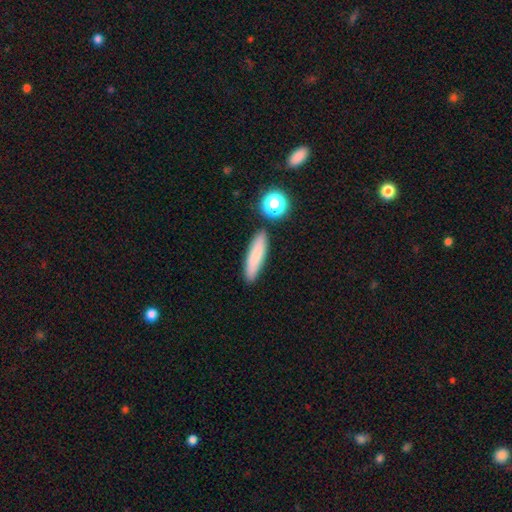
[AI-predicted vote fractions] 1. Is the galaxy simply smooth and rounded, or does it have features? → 80% smooth, 12% featured or disk, 9% star or artifact.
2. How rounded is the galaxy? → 75% cigar-shaped, 22% in between, 3% round.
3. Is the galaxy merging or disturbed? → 84% none, 9% minor disturbance, 4% merger, 2% major disturbance.